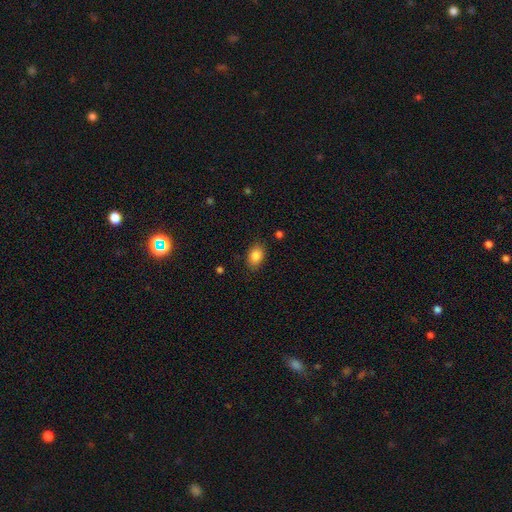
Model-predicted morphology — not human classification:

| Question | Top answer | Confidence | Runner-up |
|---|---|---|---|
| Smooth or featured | smooth | 85% | star or artifact (9%) |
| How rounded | in between | 82% | round (17%) |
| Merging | none | 84% | minor disturbance (12%) |